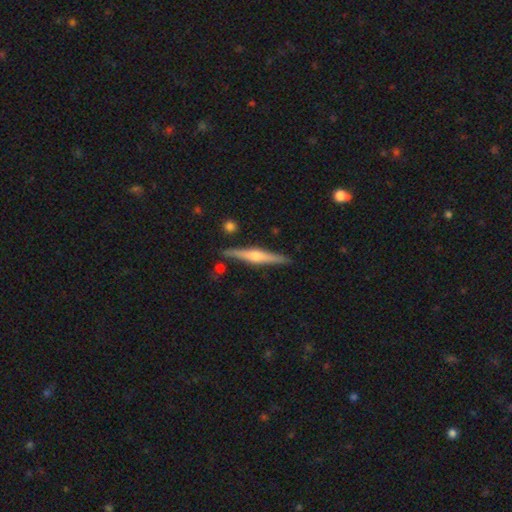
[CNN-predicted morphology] This is likely a featured or disk galaxy (72%). It is clearly viewed edge-on (98%). Edge-on bulge: clearly rounded (90%). Merging: clearly none (88%).